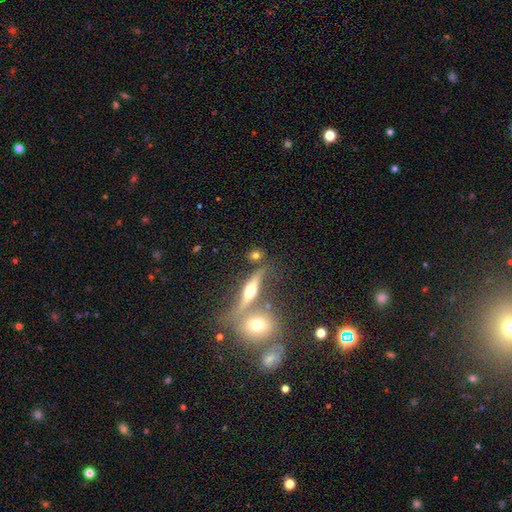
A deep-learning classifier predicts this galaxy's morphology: smooth-or-featured: smooth: 49% | featured or disk: 40% | star or artifact: 10%
  merging: none: 69% | merger: 15% | minor disturbance: 11% | major disturbance: 5%